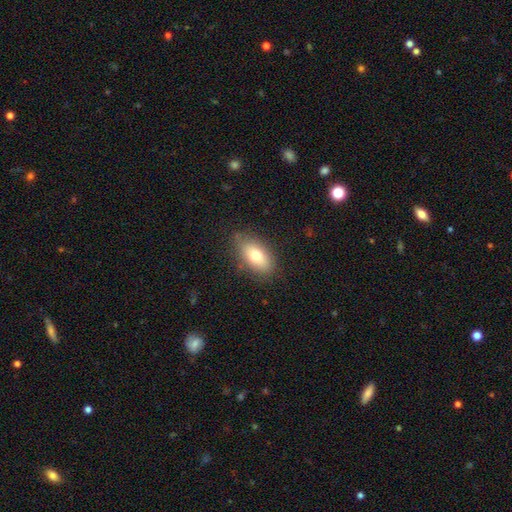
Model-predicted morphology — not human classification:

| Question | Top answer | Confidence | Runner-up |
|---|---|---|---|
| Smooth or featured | smooth | 74% | featured or disk (17%) |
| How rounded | in between | 87% | round (7%) |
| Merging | none | 80% | minor disturbance (15%) |